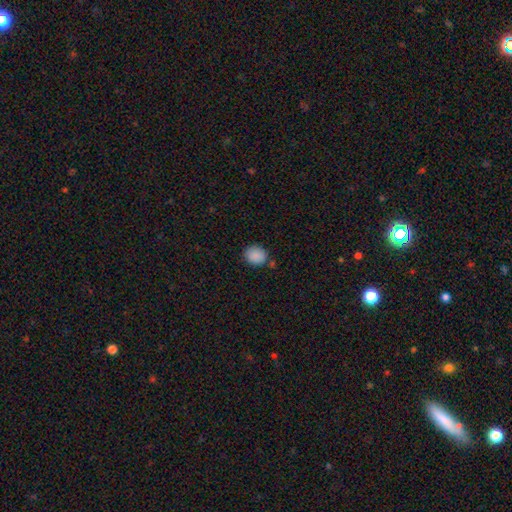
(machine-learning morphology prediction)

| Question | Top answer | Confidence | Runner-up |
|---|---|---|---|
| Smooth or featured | smooth | 88% | star or artifact (9%) |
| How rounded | round | 70% | in between (29%) |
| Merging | none | 78% | minor disturbance (14%) |